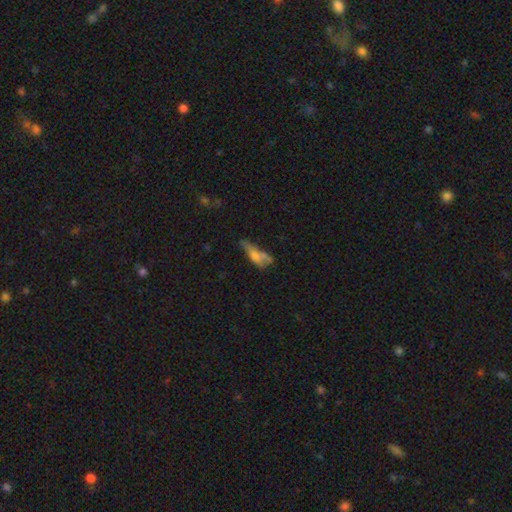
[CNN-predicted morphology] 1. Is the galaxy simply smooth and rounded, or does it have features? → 51% smooth, 37% featured or disk, 12% star or artifact.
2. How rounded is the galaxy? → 58% in between, 38% cigar-shaped, 4% round.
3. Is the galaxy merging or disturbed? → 28% none (tied), 28% major disturbance (tied), 24% minor disturbance, 20% merger.